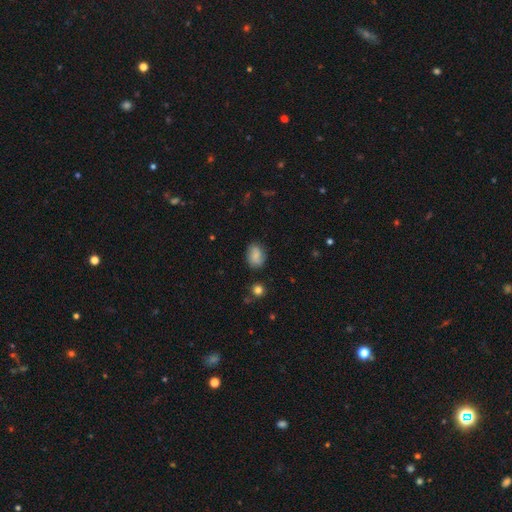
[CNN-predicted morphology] smooth-or-featured: smooth: 80% | featured or disk: 11% | star or artifact: 8%
  how-rounded: in between: 72% | round: 27% | cigar-shaped: 1%
  merging: none: 78% | minor disturbance: 16% | major disturbance: 4% | merger: 2%